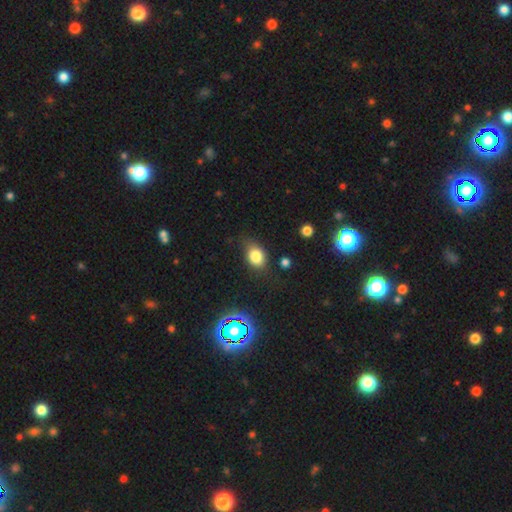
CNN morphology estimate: This appears to be a smooth galaxy with no disk features (79%) that is in between round and cigar-shaped (70%). Merging: none (70%).